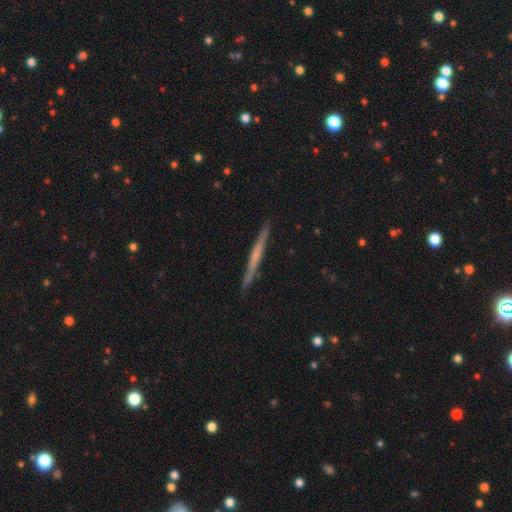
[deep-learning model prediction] A featured or disk galaxy (56%) viewed edge-on (97%) with no central bulge (76%). Merging: none (91%).